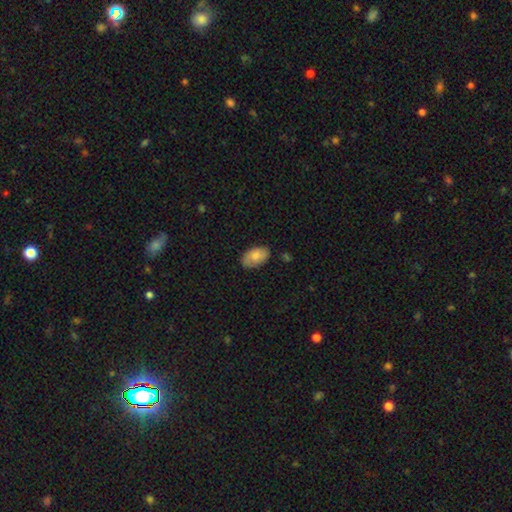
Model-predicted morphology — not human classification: type=smooth (79%); roundness=in between (94%); merging=none (75%).